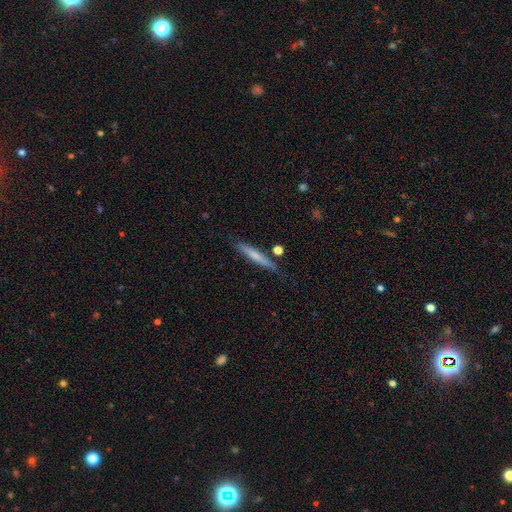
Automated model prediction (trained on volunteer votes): Smooth or featured: smooth — 60% (featured or disk — 34%)
How rounded: cigar-shaped — 94% (in between — 5%)
Merging: none — 79% (minor disturbance — 14%)